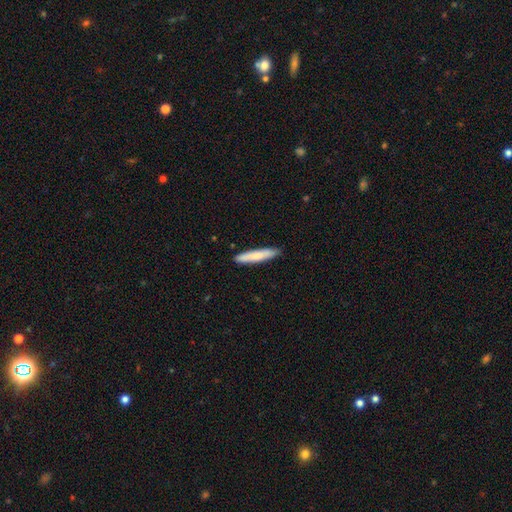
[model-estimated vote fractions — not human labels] Overall: smooth (79%). How rounded: cigar-shaped (91%). Merging: none (89%).